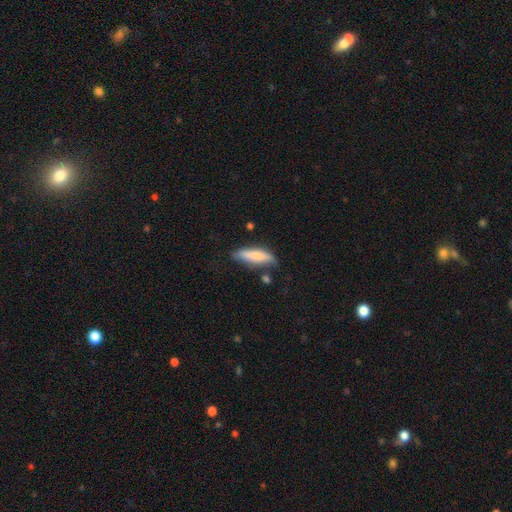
smooth-or-featured: smooth: 79% | featured or disk: 18% | star or artifact: 3%
  how-rounded: in between: 68% | cigar-shaped: 29% | round: 3%
  merging: none: 61% | minor disturbance: 29% | major disturbance: 11% | merger: 0%